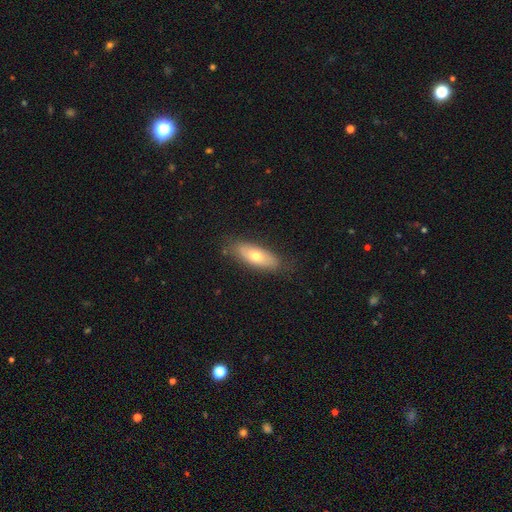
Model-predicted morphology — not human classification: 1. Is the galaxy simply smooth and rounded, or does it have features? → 63% smooth, 31% featured or disk, 7% star or artifact.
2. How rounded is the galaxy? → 73% in between, 25% cigar-shaped, 3% round.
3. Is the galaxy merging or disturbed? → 81% none, 14% minor disturbance, 3% major disturbance, 1% merger.